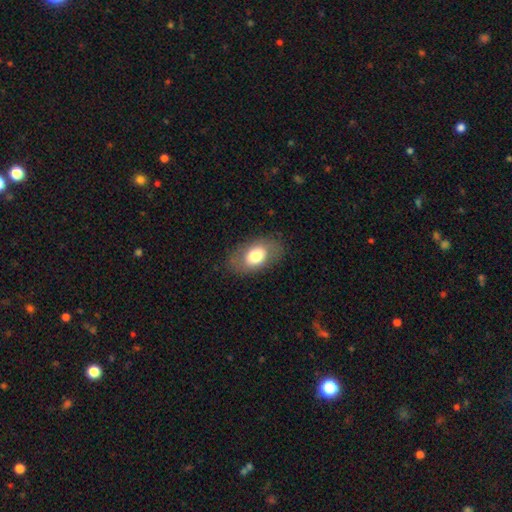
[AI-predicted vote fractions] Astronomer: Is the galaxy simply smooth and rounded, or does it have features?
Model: smooth — 71%.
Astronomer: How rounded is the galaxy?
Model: in between — 89%.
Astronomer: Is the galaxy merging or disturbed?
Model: none — 81%.